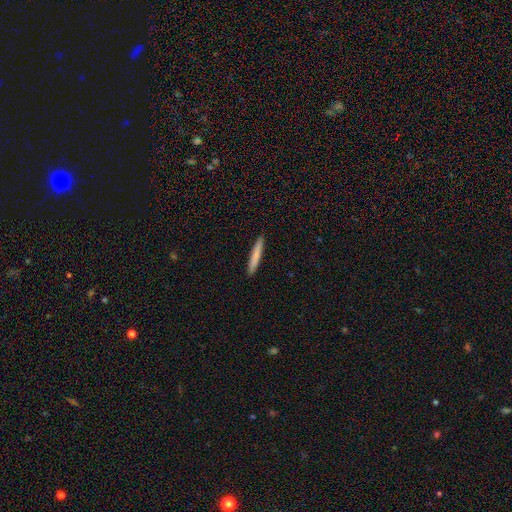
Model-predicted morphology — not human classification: Smooth or featured? smooth (77%)
How rounded? cigar-shaped (96%)
Merging? none (92%)